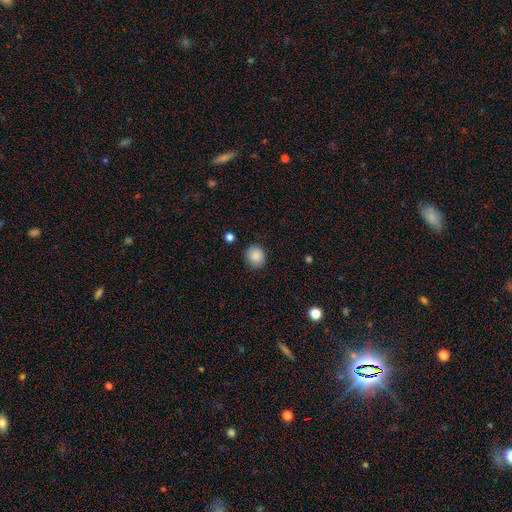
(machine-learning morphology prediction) Overall: smooth (88%). How rounded: round (83%). Merging: none (88%).